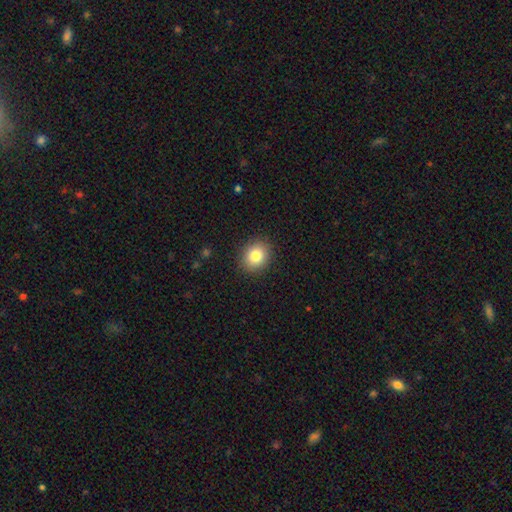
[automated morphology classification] type=smooth (82%); roundness=round (65%); merging=none (90%).